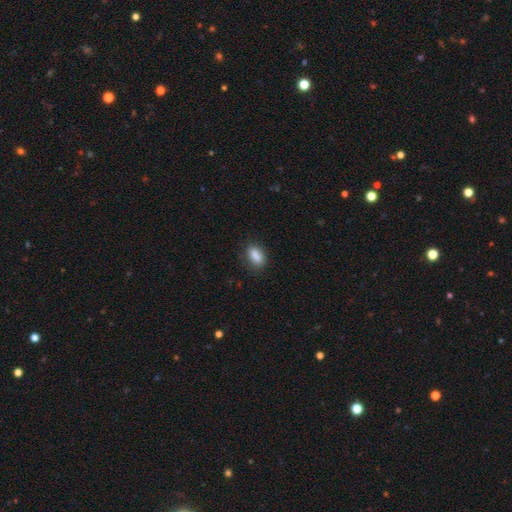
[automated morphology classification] smooth-or-featured: smooth: 86% | star or artifact: 8% | featured or disk: 6%
  how-rounded: in between: 83% | round: 9% | cigar-shaped: 8%
  merging: none: 78% | minor disturbance: 16% | major disturbance: 4% | merger: 2%